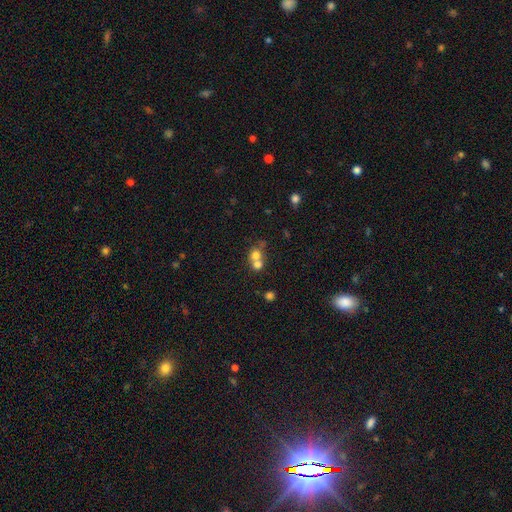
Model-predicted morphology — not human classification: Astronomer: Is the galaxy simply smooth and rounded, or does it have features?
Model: smooth — 70%.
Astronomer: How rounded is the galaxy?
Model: round — 80%.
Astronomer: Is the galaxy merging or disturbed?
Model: merger — 62%.